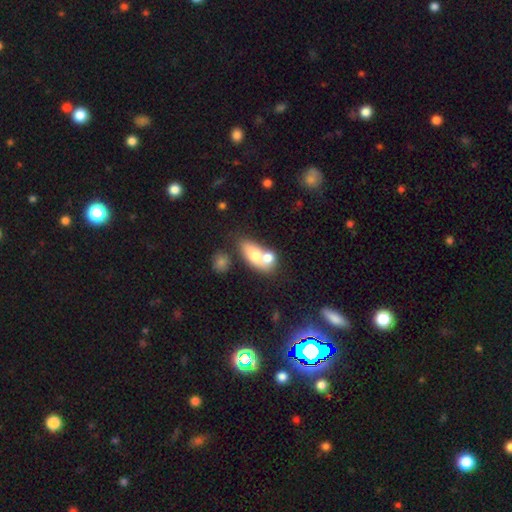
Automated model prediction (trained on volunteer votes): A smooth galaxy with no disk features (68%) that is in between round and cigar-shaped (77%). Merging: merger (59%).